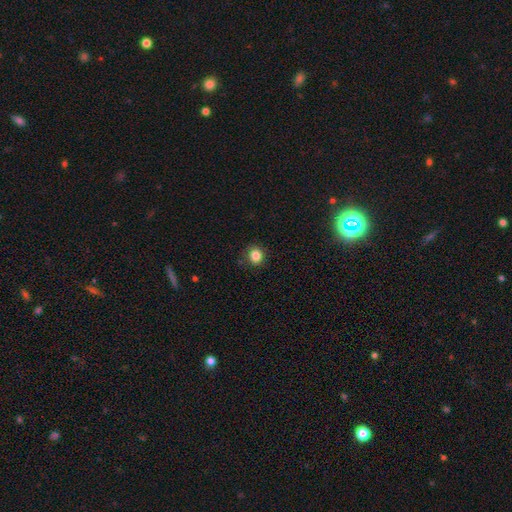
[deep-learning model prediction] Q: Smooth or featured?
A: smooth (84%); runner-up: star or artifact (11%)
Q: How rounded?
A: round (82%); runner-up: in between (17%)
Q: Merging?
A: none (87%); runner-up: minor disturbance (9%)